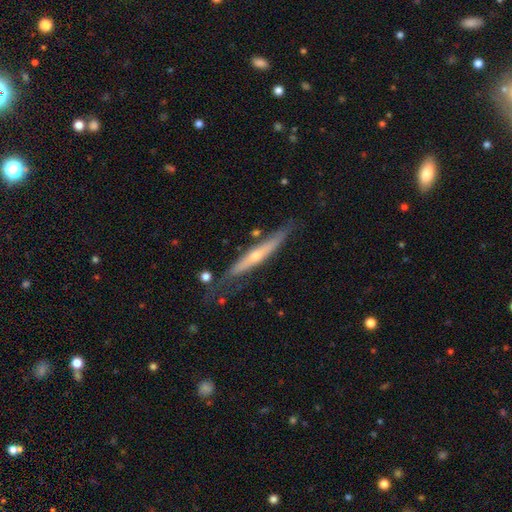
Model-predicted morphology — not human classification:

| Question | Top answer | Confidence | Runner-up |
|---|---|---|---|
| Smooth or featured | featured or disk | 65% | smooth (29%) |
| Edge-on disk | yes | 88% | no (12%) |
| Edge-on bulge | rounded | 73% | none (24%) |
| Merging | none | 70% | minor disturbance (20%) |